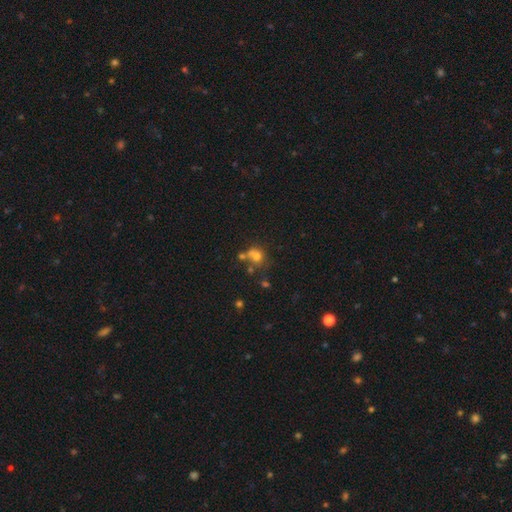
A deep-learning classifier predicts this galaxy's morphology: This appears to be a smooth galaxy with no disk features (67%) that is round (76%). Merging: none (42%).